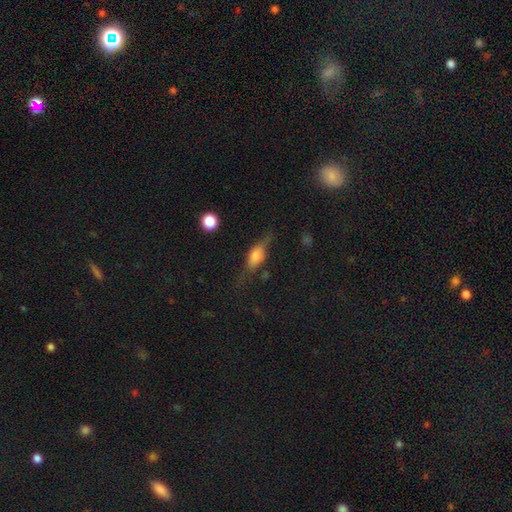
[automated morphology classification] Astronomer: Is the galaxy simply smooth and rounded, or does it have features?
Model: smooth — 48% (runner-up: featured or disk, 43%).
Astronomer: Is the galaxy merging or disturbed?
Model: none — 59%.